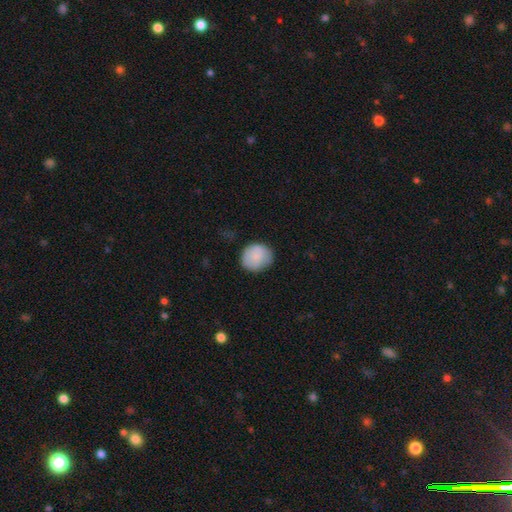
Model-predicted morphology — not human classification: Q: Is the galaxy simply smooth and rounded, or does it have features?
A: smooth — 85%.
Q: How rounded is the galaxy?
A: round — 83%.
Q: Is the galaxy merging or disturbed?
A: none — 81%.